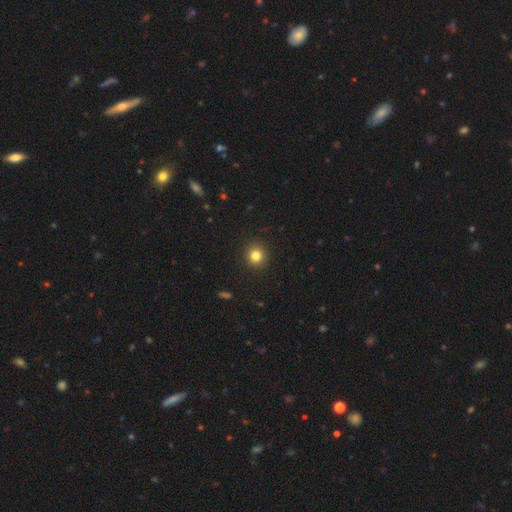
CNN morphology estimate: Overall: smooth (82%). How rounded: round (91%). Merging: none (92%).